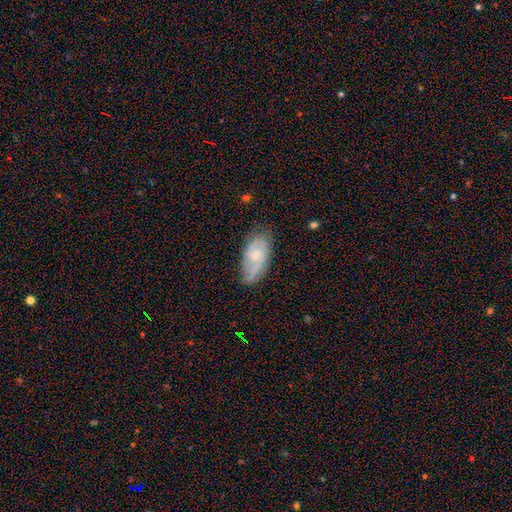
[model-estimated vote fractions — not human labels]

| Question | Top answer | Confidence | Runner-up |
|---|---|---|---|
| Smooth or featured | featured or disk | 66% | smooth (27%) |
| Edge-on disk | no | 94% | yes (6%) |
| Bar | no | 57% | weak (37%) |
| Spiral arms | yes | 89% | no (11%) |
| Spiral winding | medium | 44% | tight (39%) |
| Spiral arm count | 2 | 57% | can't tell (23%) |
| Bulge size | small | 56% | moderate (35%) |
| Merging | none | 67% | minor disturbance (24%) |